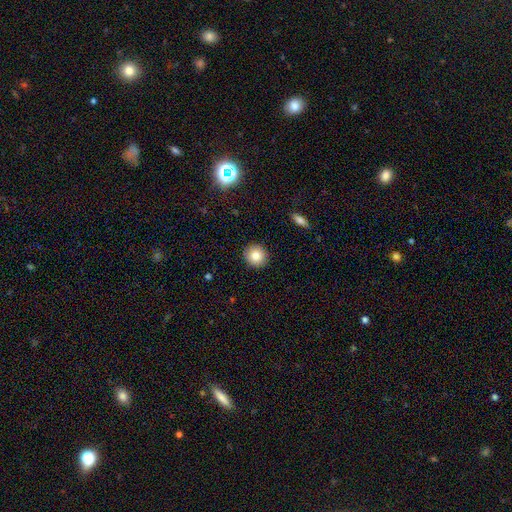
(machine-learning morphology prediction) This is clearly a smooth galaxy (83%). How rounded: clearly round (91%). Merging: clearly none (91%).